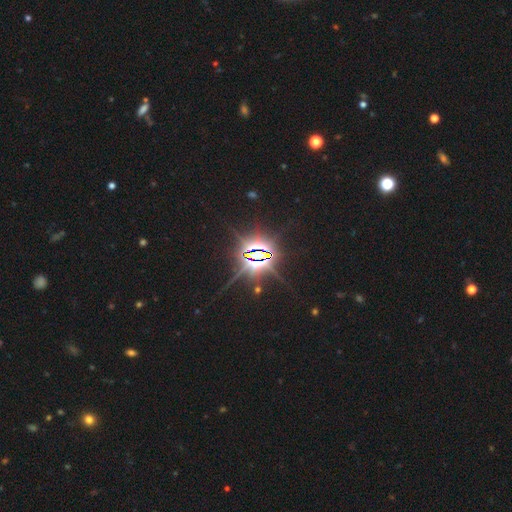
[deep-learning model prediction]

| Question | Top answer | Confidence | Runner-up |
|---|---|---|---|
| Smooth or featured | star or artifact | 85% | featured or disk (9%) |